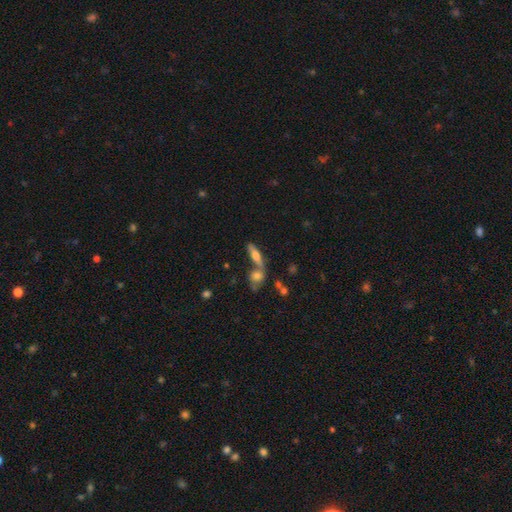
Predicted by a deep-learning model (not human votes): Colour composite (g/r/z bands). It shows a smooth galaxy with no disk features (51%) that is cigar-shaped (56%). Merging: none (50%).